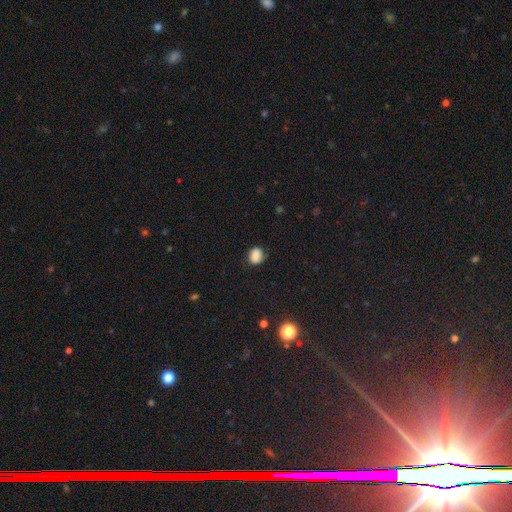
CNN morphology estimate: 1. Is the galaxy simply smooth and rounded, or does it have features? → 81% smooth, 11% star or artifact, 8% featured or disk.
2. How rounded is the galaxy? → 63% round, 36% in between, 1% cigar-shaped.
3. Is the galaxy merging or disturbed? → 77% none, 17% minor disturbance, 4% major disturbance, 1% merger.